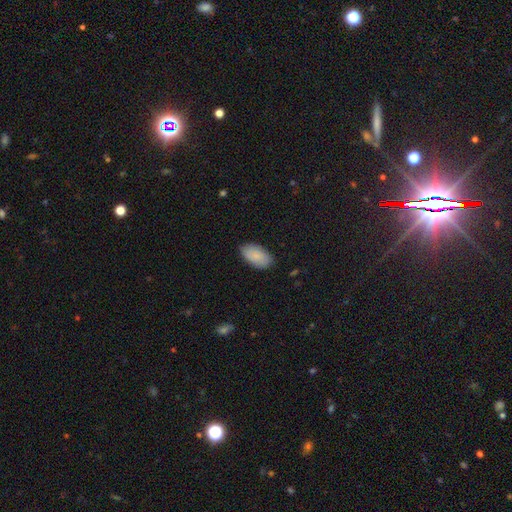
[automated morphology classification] smooth-or-featured: smooth: 86% | featured or disk: 8% | star or artifact: 6%
  how-rounded: in between: 95% | round: 3% | cigar-shaped: 2%
  merging: none: 84% | minor disturbance: 12% | major disturbance: 2% | merger: 1%